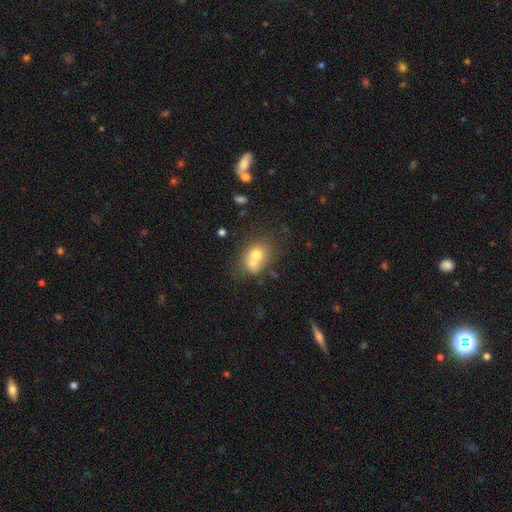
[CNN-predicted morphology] This is likely a smooth galaxy (65%). How rounded: possibly round (57%). Merging: possibly merger (57%).